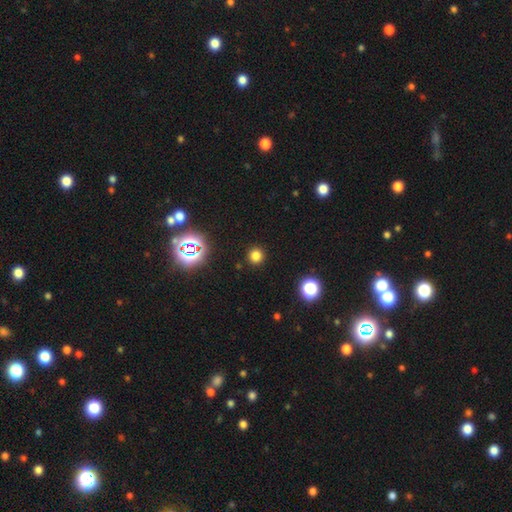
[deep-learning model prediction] A smooth galaxy with no disk features (76%) that is round (92%). Merging: none (91%).